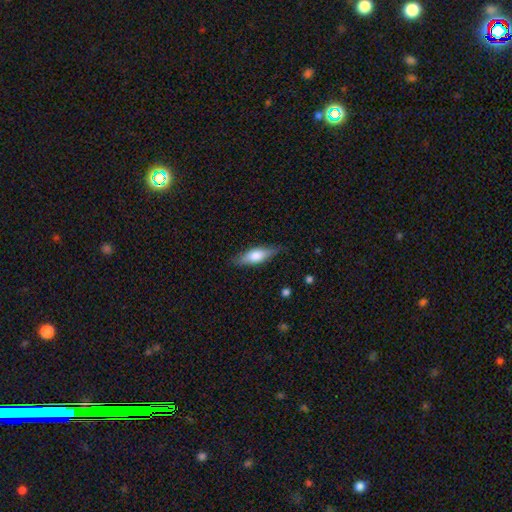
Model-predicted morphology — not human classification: type=smooth (61%); roundness=in between (51%); merging=none (82%).